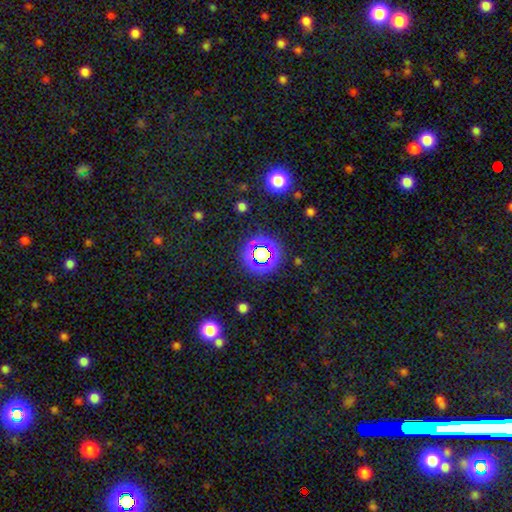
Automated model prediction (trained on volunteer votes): Smooth or featured: star or artifact — 68% (smooth — 22%)